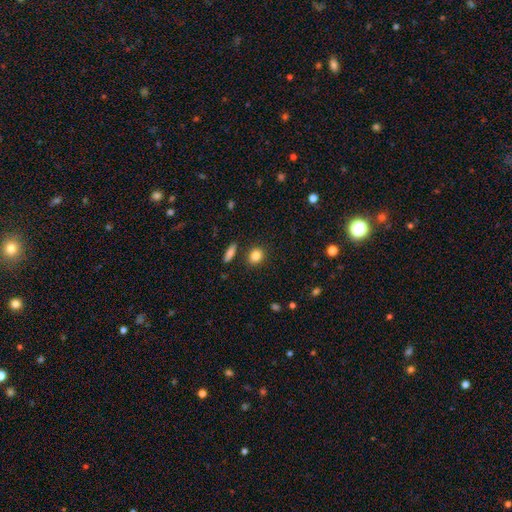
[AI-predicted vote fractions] A smooth galaxy with no disk features (85%) that is round (71%).

Vote fractions:
- Smooth or featured? smooth: 85% / star or artifact: 10% / featured or disk: 6%
- How rounded? round: 71% / in between: 27% / cigar-shaped: 2%
- Merging? none: 87% / minor disturbance: 7% / merger: 4% / major disturbance: 2%